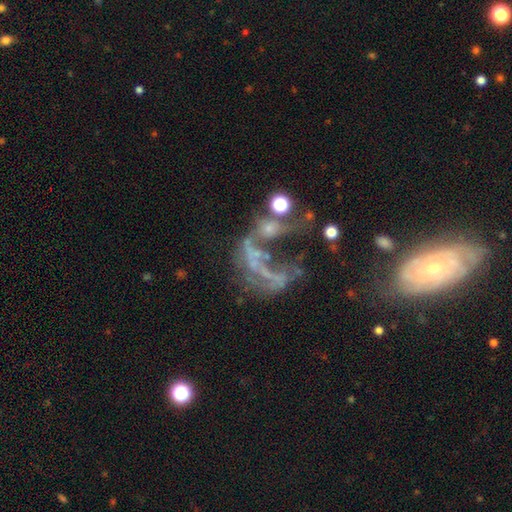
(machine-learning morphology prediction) Overall: featured or disk (59%; star or artifact 24%). Edge-on disk: no (97%). Bar: no (74%). Spiral arms: no (72%). Bulge size: none (70%). Merging: major disturbance (42%; merger 27%).